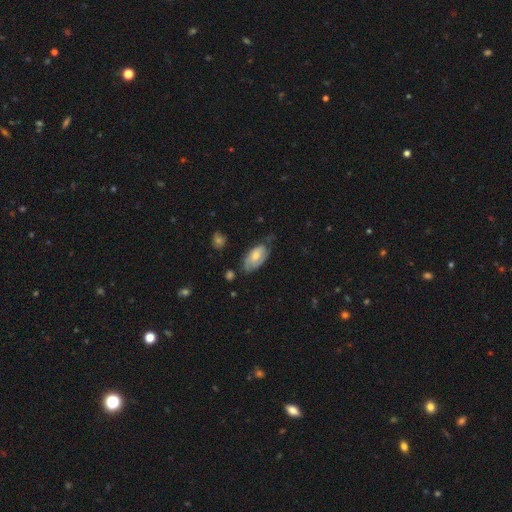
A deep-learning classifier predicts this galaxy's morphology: Smooth or featured: smooth — 52% (featured or disk — 41%)
How rounded: in between — 92% (cigar-shaped — 4%)
Merging: none — 50% (minor disturbance — 35%)